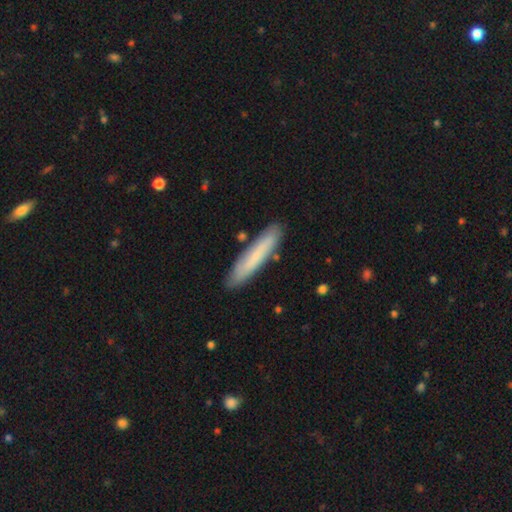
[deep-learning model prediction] smooth 65%, featured or disk 29%, star or artifact 6%. Down the decision tree: how rounded — cigar-shaped (90%); merging — none (85%).